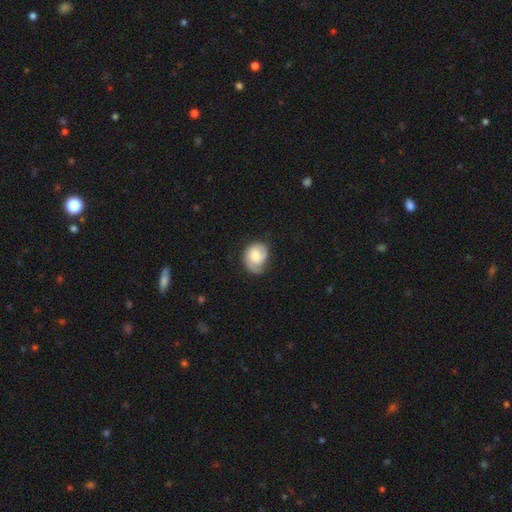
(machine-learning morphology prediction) Smooth or featured? smooth (51%)
How rounded? round (53%)
Merging? none (56%)